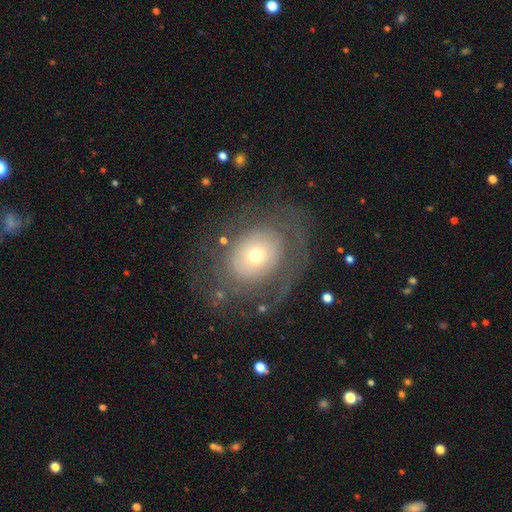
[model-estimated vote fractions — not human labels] Smooth or featured? Predicted: featured or disk (p=0.57). Edge-on disk? Predicted: no (p=0.95). Bar? Predicted: no (p=0.86). Spiral arms? Predicted: yes (p=0.54). Bulge size? Predicted: small (p=0.47). Merging? Predicted: none (p=0.60).